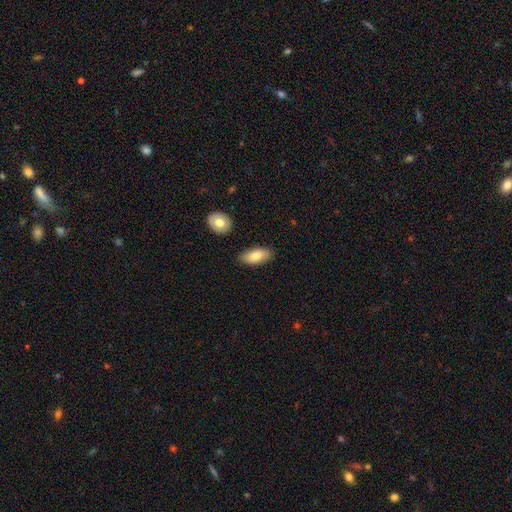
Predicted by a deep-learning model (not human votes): A smooth galaxy with no disk features (79%) that is in between round and cigar-shaped (88%). Merging: none (85%).